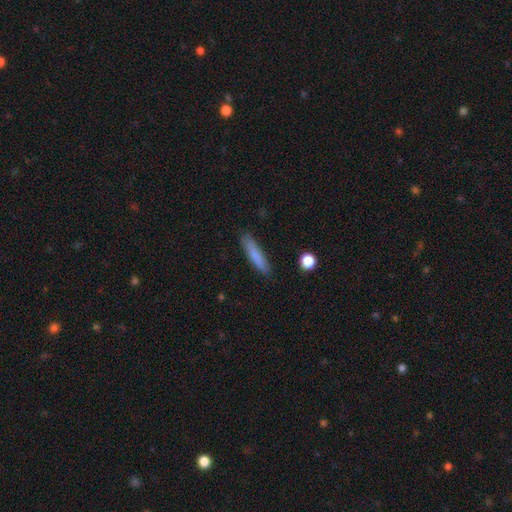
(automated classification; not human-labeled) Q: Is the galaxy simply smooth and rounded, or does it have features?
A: smooth — 80%.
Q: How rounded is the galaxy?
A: cigar-shaped — 89%.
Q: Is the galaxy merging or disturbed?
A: none — 87%.